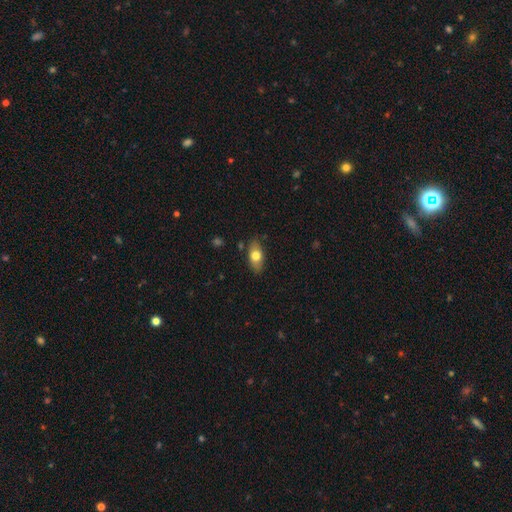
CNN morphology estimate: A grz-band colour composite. It shows a smooth galaxy with no disk features (73%) that is in between round and cigar-shaped (86%). Merging: none (82%).